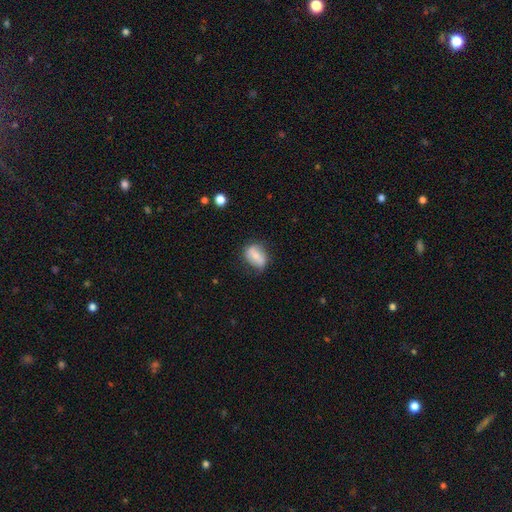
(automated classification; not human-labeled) A smooth galaxy with no disk features (54%) that is in between round and cigar-shaped (71%). Merging: none (64%).